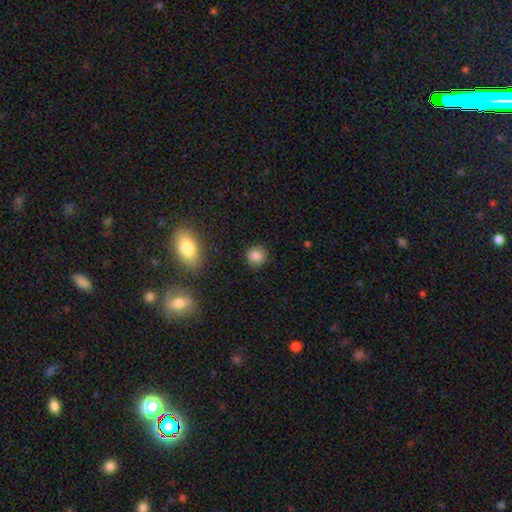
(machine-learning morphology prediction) This is clearly a smooth galaxy (84%). How rounded: clearly round (87%). Merging: clearly none (88%).